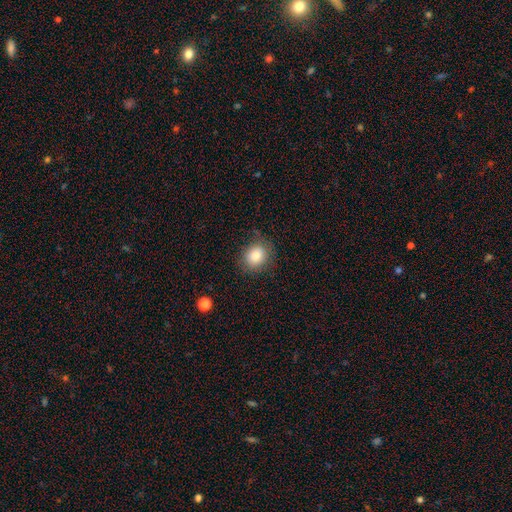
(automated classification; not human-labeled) Morphology: type=smooth (81%); roundness=round (69%); merging=none (80%).